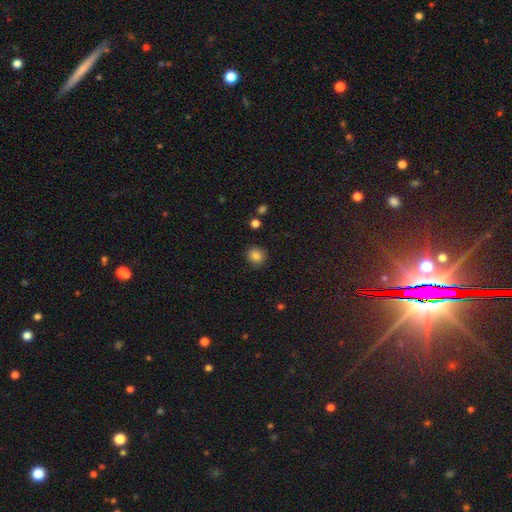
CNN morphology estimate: Smooth or featured? smooth (84%)
How rounded? round (90%)
Merging? none (89%)